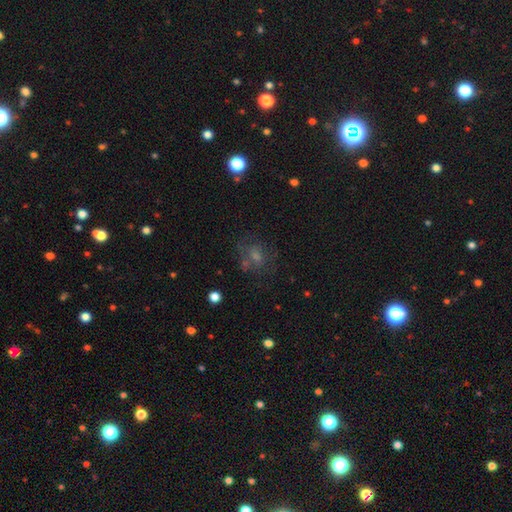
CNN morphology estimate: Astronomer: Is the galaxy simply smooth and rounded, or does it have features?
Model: smooth — 38% (runner-up: featured or disk, 32%).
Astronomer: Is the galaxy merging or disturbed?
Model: none — 63%.